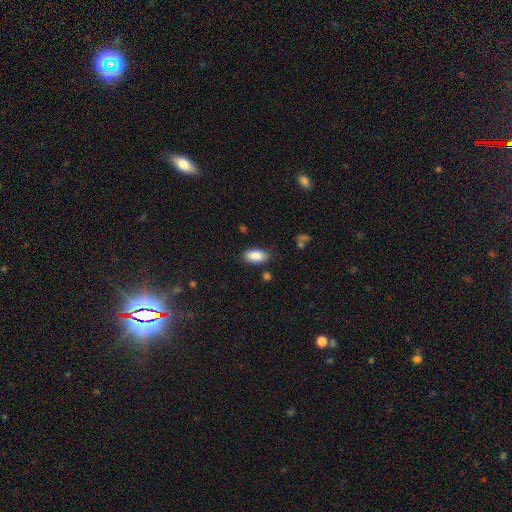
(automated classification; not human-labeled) smooth 89%, star or artifact 7%, featured or disk 4%. Down the decision tree: how rounded — in between (93%); merging — none (84%).